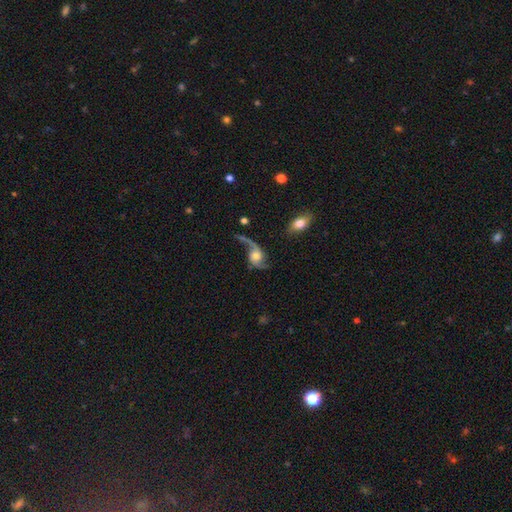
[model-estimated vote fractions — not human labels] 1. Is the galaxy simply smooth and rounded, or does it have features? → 85% featured or disk, 9% smooth, 6% star or artifact.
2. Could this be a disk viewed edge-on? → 96% no, 4% yes.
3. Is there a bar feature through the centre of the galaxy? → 66% no, 28% weak, 6% strong.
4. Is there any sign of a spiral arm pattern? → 96% yes, 4% no.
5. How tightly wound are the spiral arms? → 82% loose, 15% medium, 3% tight.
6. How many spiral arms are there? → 88% 2, 8% 1, 2% can't tell, 1% 3, 1% 4, 1% more than 4.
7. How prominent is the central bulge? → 34% moderate, 31% large, 17% small, 12% none, 6% dominant.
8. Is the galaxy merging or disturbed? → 55% none, 19% major disturbance, 19% minor disturbance, 7% merger.